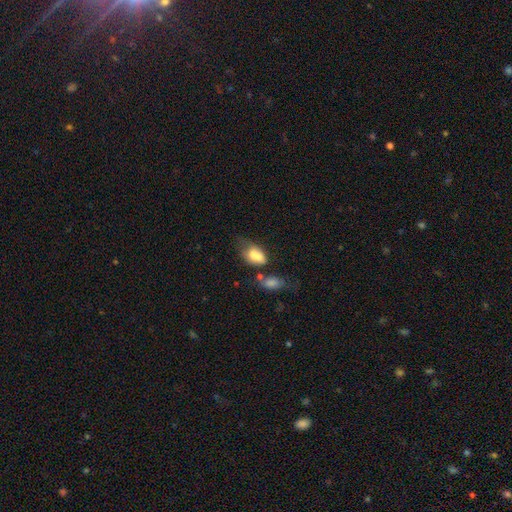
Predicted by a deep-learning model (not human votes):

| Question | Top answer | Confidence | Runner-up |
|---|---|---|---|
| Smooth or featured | smooth | 70% | featured or disk (21%) |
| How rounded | in between | 83% | round (14%) |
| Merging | merger | 42% | none (24%) |